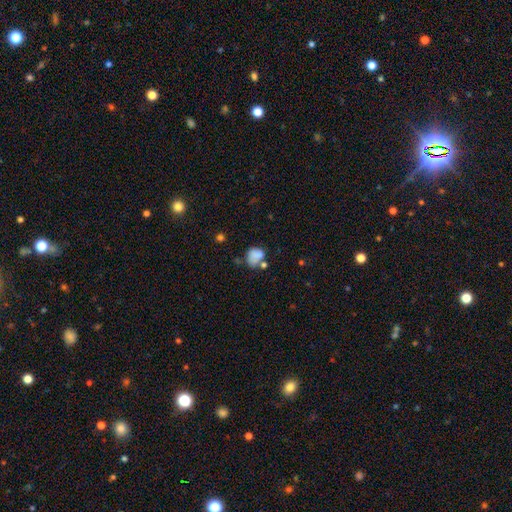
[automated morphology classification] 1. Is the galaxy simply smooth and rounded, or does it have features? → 77% smooth, 12% featured or disk, 11% star or artifact.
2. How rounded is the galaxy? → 53% round, 46% in between, 1% cigar-shaped.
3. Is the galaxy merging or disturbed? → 41% none, 25% minor disturbance, 21% merger, 13% major disturbance.